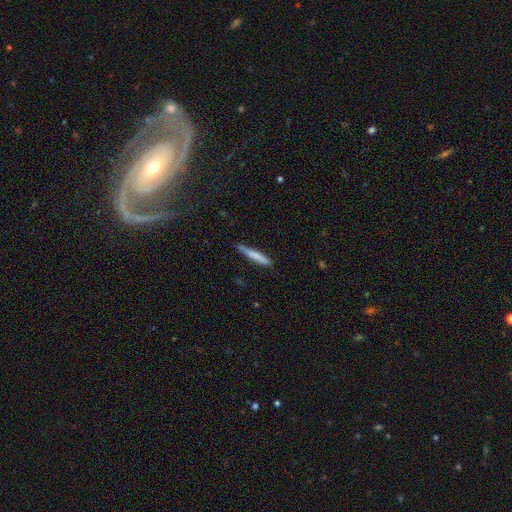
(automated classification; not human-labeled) The model was most divided on "smooth or featured": smooth: 70%, featured or disk: 25%, star or artifact: 6%. More confident: how rounded — cigar-shaped (94%); merging — none (80%).